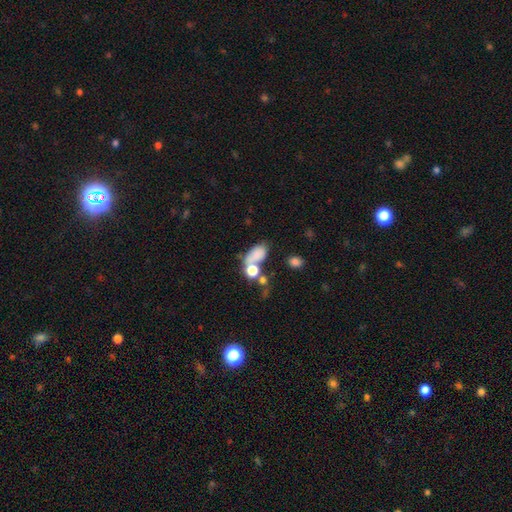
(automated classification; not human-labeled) Morphology: type=smooth (72%); roundness=in between (80%); merging=merger (41%).